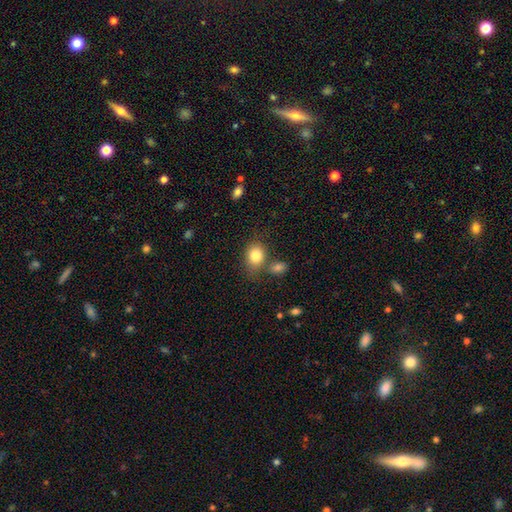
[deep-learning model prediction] Smooth or featured? Predicted: smooth (p=0.82). How rounded? Predicted: in between (p=0.53). Merging? Predicted: none (p=0.61).